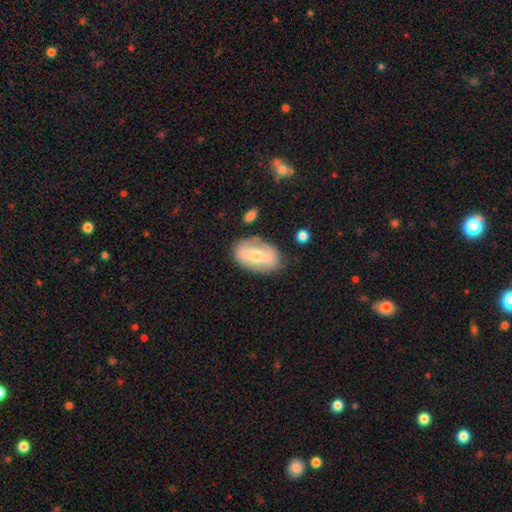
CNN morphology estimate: A featured or disk galaxy (59%) with a strong bar (62%), no spiral arms (60%) and a moderate central bulge (47%).

Vote fractions:
- Smooth or featured? featured or disk: 59% / smooth: 35% / star or artifact: 6%
- Edge-on disk? no: 86% / yes: 14%
- Bar? strong: 62% / weak: 24% / no: 14%
- Spiral arms? no: 60% / yes: 40%
- Bulge size? moderate: 47% / small: 46% / large: 3% / none: 2% / dominant: 1%
- Merging? none: 78% / minor disturbance: 15% / major disturbance: 5% / merger: 2%